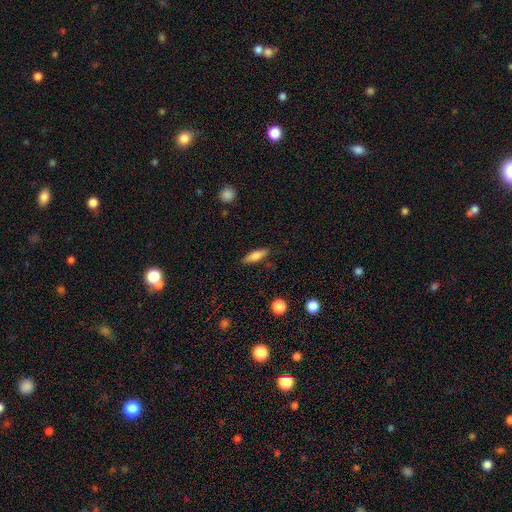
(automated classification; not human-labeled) This appears to be a smooth galaxy with no disk features (72%) that is cigar-shaped (55%). Merging: none (84%).